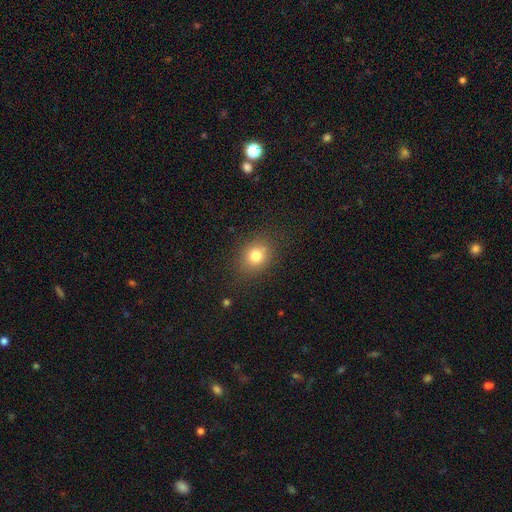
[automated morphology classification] Smooth or featured? smooth (78%)
How rounded? round (64%)
Merging? none (81%)